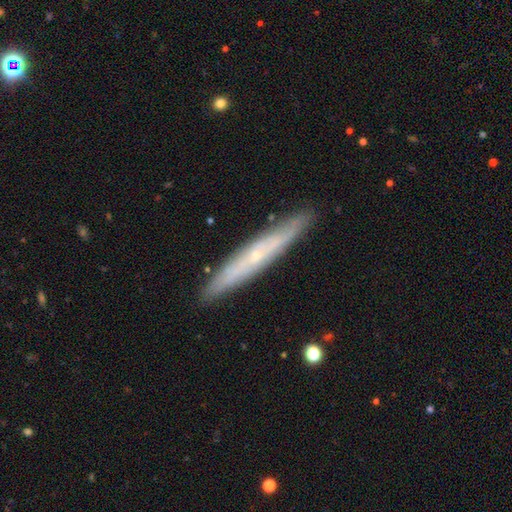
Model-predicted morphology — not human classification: A featured or disk galaxy (62%) viewed edge-on (82%) with no central bulge (49%). Merging: none (88%).